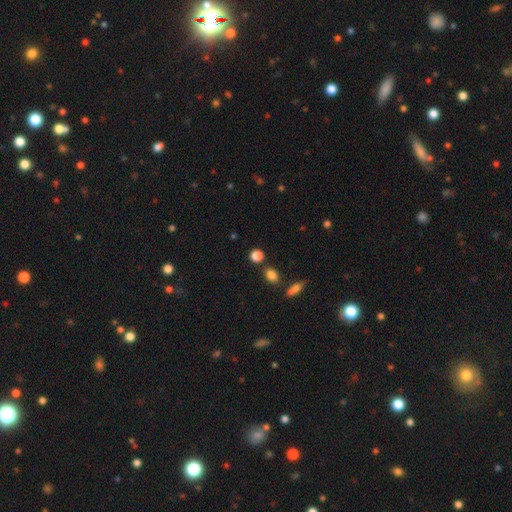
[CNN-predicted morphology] Smooth or featured? smooth (83%)
How rounded? round (75%)
Merging? none (80%)